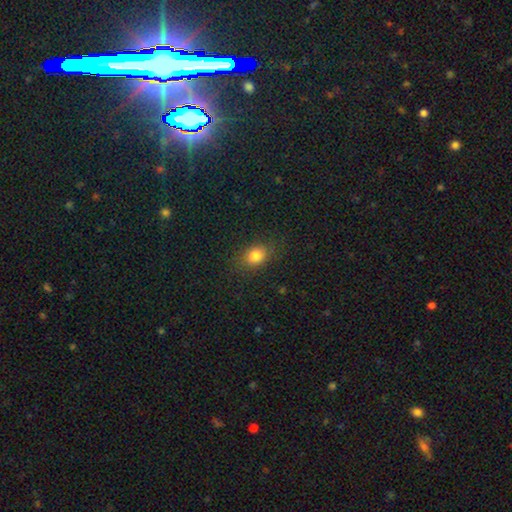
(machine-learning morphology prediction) This is clearly a smooth galaxy (81%). How rounded: possibly in between (54%). Merging: clearly none (83%).